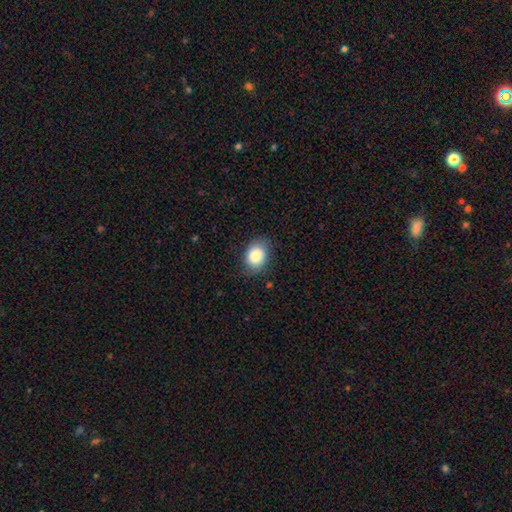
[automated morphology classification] type=smooth (86%); roundness=in between (67%); merging=none (81%).